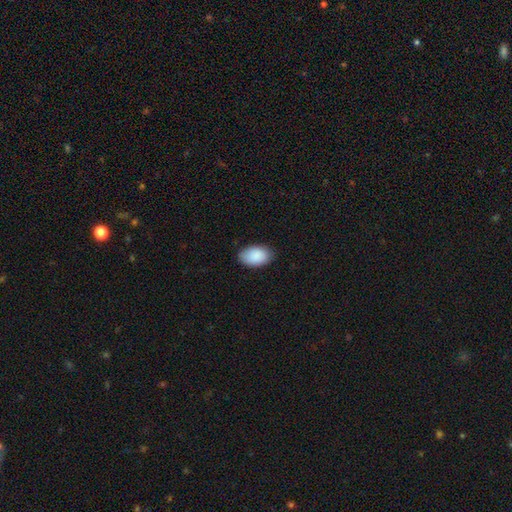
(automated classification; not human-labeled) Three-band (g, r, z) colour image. It shows a smooth galaxy with no disk features (90%) that is in between round and cigar-shaped (93%). Merging: none (84%).